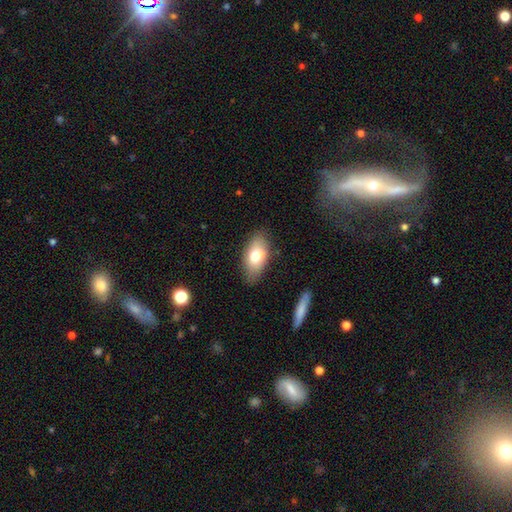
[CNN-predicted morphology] This appears to be a smooth galaxy with no disk features (68%) that is in between round and cigar-shaped (90%). Merging: none (68%).